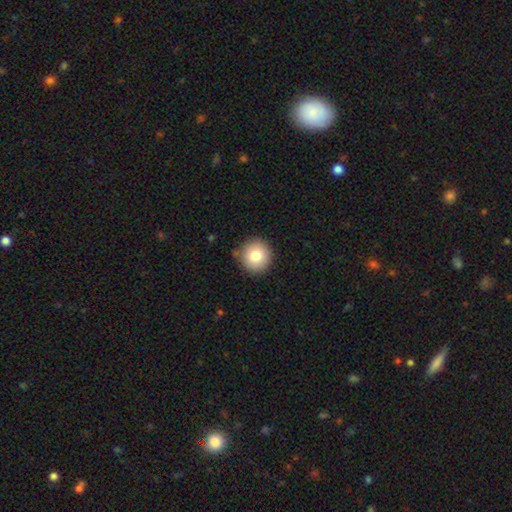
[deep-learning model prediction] Smooth or featured: smooth — 81% (featured or disk — 10%)
How rounded: round — 94% (in between — 5%)
Merging: none — 87% (minor disturbance — 9%)